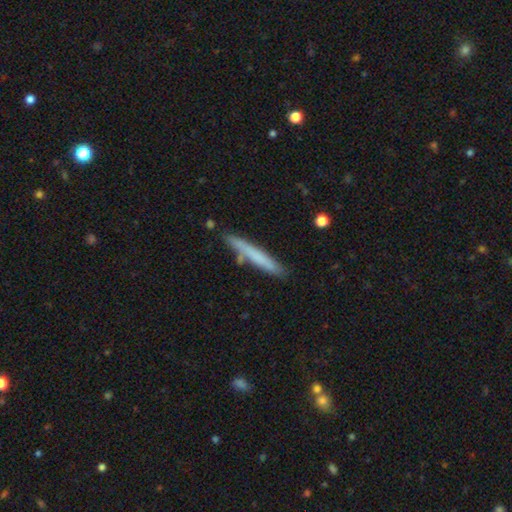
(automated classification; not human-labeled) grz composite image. It shows a smooth galaxy with no disk features (64%) that is cigar-shaped (96%). Merging: none (80%).